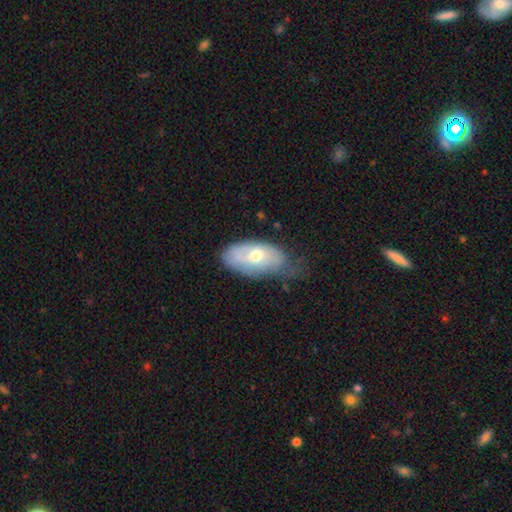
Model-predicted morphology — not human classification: The model was most divided on "merging": none: 43%, minor disturbance: 40%, major disturbance: 15%, merger: 2%. More confident: how rounded — in between (92%); smooth or featured — smooth (52%).